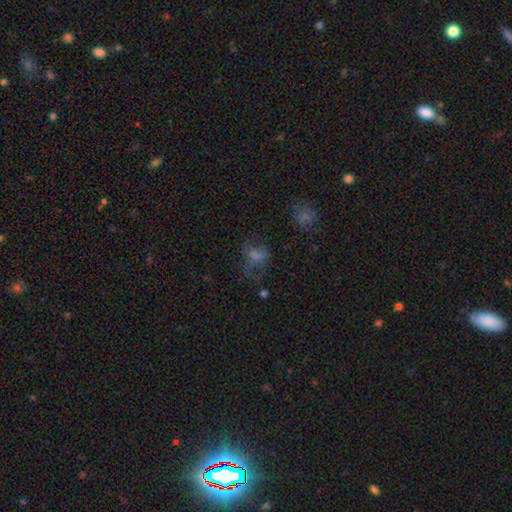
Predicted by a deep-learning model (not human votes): Smooth or featured? smooth (47%)
Merging? none (46%)